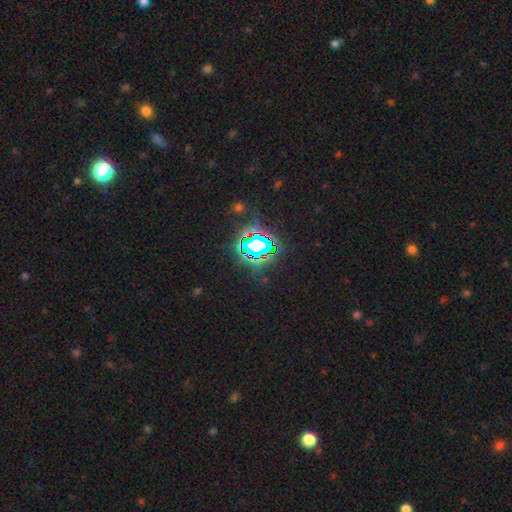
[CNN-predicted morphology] This is clearly a star or artifact rather than a galaxy (82%).